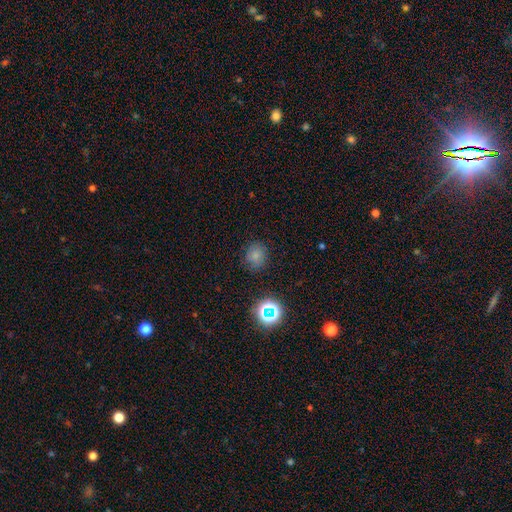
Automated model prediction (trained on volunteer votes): A smooth galaxy with no disk features (73%) that is round (74%). Merging: none (81%).